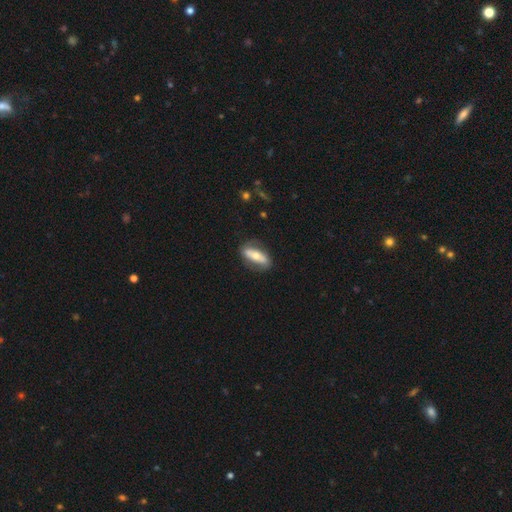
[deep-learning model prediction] Smooth or featured?
  - featured or disk: 49% *
  - smooth: 45%
  - star or artifact: 6%
Merging?
  - none: 77% *
  - minor disturbance: 16%
  - major disturbance: 6%
  - merger: 2%